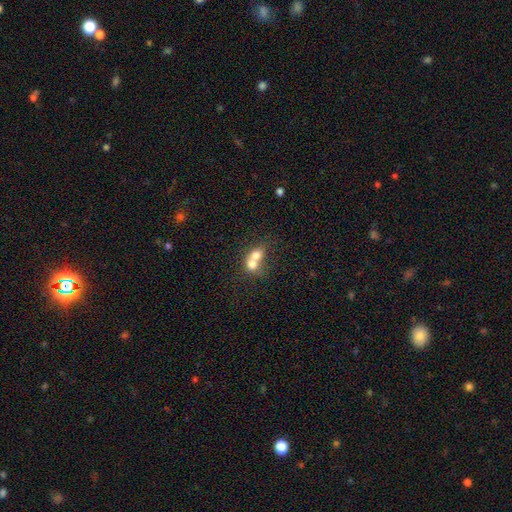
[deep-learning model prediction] smooth-or-featured: smooth: 69% | featured or disk: 21% | star or artifact: 9%
  how-rounded: round: 60% | in between: 38% | cigar-shaped: 1%
  merging: merger: 75% | none: 18% | minor disturbance: 4% | major disturbance: 3%